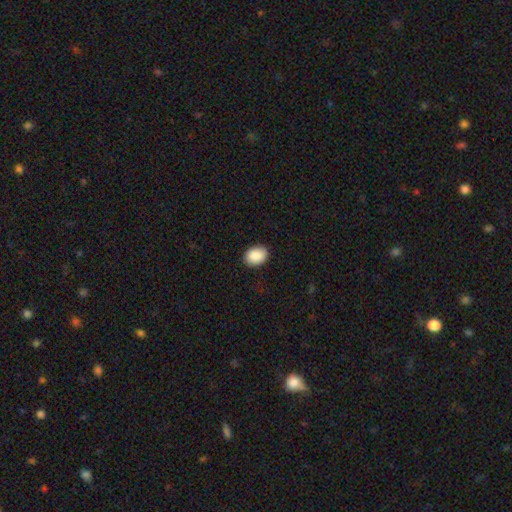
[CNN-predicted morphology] Overall: smooth (90%). How rounded: in between (78%). Merging: none (88%).